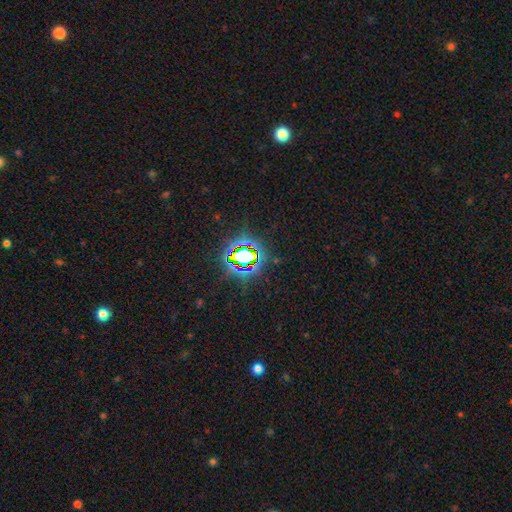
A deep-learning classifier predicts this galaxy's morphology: smooth-or-featured: star or artifact: 73% | smooth: 17% | featured or disk: 10%